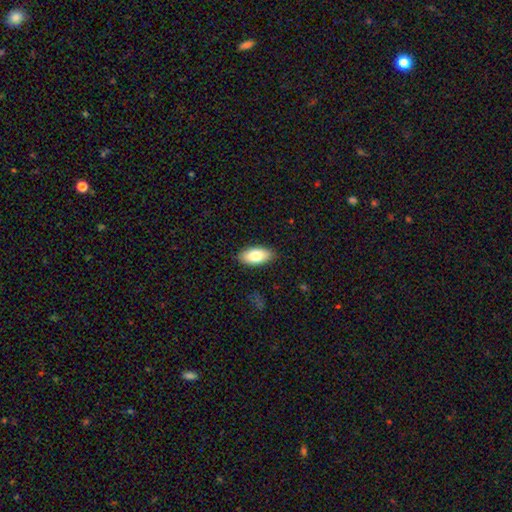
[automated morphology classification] Smooth or featured: smooth — 80% (featured or disk — 13%)
How rounded: in between — 92% (cigar-shaped — 6%)
Merging: none — 87% (minor disturbance — 9%)